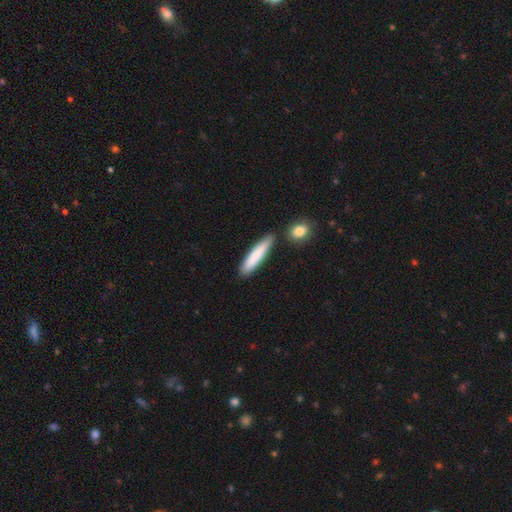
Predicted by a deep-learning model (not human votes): Q: Smooth or featured?
A: smooth (81%); runner-up: featured or disk (14%)
Q: How rounded?
A: cigar-shaped (87%); runner-up: in between (12%)
Q: Merging?
A: none (82%); runner-up: minor disturbance (10%)